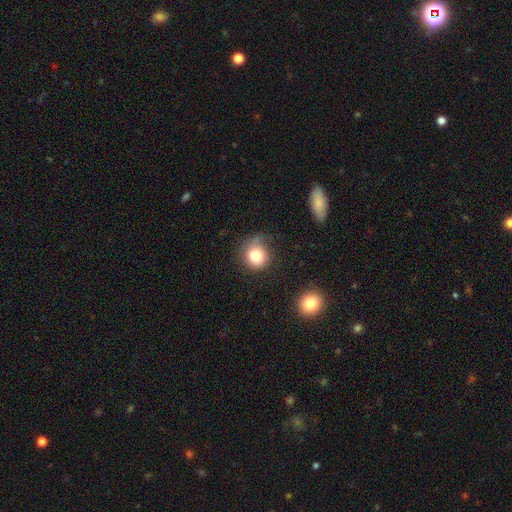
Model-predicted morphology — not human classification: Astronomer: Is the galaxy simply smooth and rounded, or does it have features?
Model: smooth — 82%.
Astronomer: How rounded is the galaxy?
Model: round — 88%.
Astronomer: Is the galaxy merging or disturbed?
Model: none — 59%.